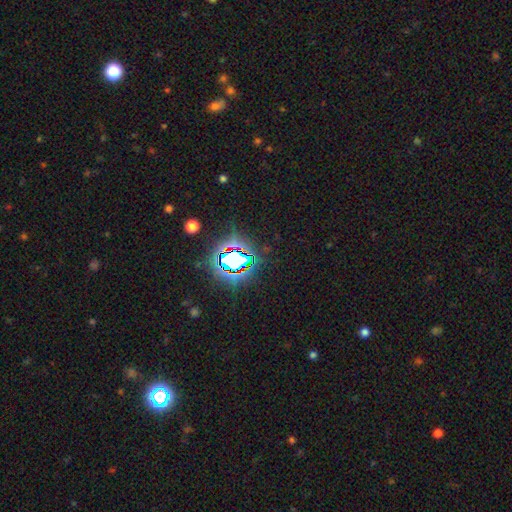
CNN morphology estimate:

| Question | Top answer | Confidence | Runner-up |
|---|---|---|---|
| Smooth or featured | star or artifact | 82% | smooth (11%) |